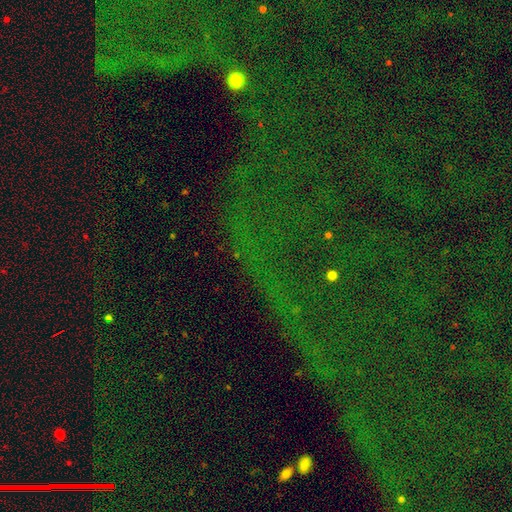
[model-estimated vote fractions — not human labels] Smooth or featured?
  - star or artifact: 83% *
  - smooth: 9%
  - featured or disk: 8%